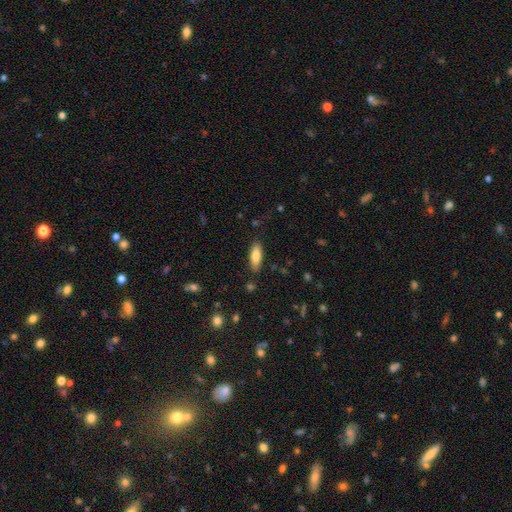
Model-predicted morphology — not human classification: Overall: smooth (81%). How rounded: in between (63%; cigar-shaped 35%). Merging: none (85%).